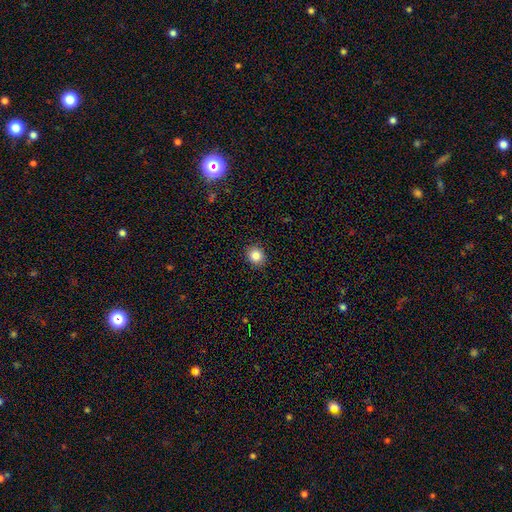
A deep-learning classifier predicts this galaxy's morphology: This is clearly a smooth galaxy (85%). How rounded: clearly round (82%). Merging: clearly none (91%).